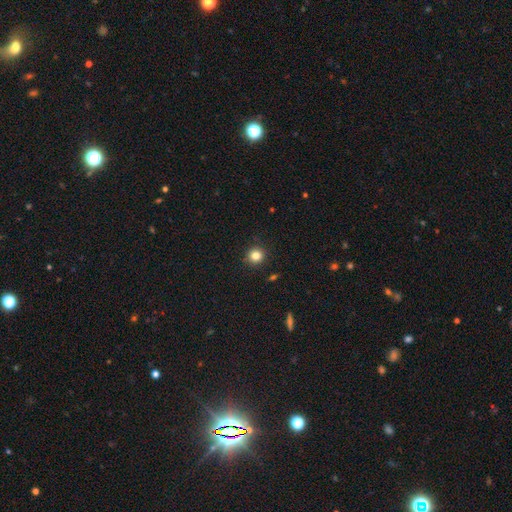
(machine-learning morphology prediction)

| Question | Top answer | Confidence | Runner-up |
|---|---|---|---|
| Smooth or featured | smooth | 83% | star or artifact (12%) |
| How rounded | round | 93% | in between (6%) |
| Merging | none | 90% | minor disturbance (6%) |